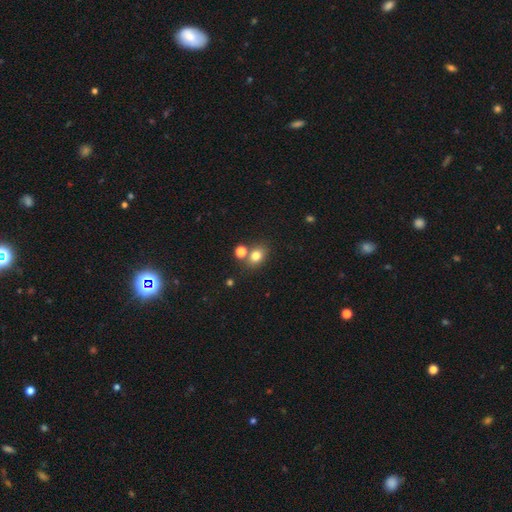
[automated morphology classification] smooth_or_featured: smooth (p=0.79) [alt: star or artifact p=0.13]
how_rounded: in between (p=0.51) [alt: round p=0.48]
merging: none (p=0.64) [alt: merger p=0.21]